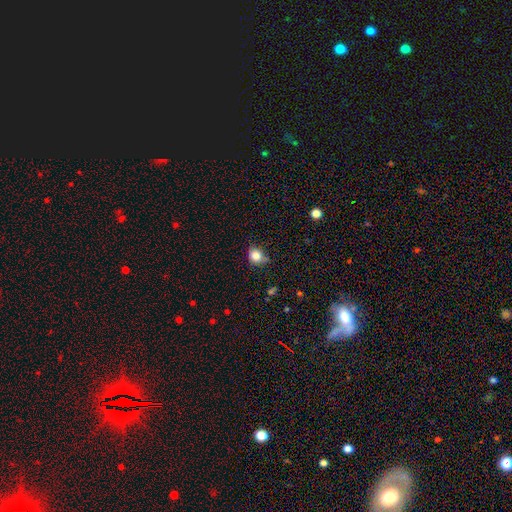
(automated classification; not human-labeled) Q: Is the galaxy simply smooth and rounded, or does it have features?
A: smooth — 82%.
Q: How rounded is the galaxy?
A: round — 72%.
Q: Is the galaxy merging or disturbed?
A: none — 60%.